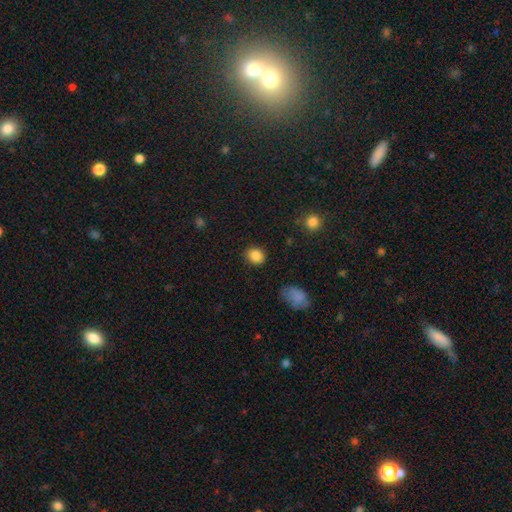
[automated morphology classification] Q: Smooth or featured?
A: smooth (87%); runner-up: star or artifact (9%)
Q: How rounded?
A: round (64%); runner-up: in between (35%)
Q: Merging?
A: none (83%); runner-up: minor disturbance (12%)